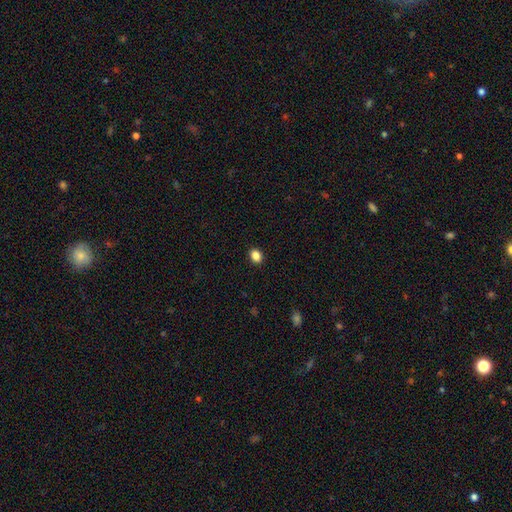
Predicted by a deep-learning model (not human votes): This appears to be a smooth galaxy with no disk features (86%) that is in between round and cigar-shaped (58%). Merging: none (91%).